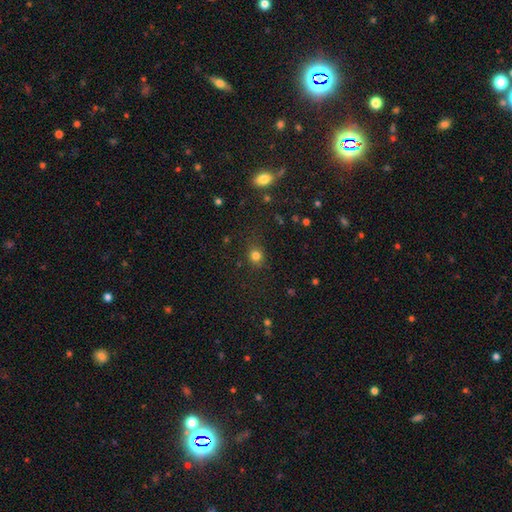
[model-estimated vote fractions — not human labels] Overall: smooth (79%). How rounded: round (81%). Merging: none (82%).